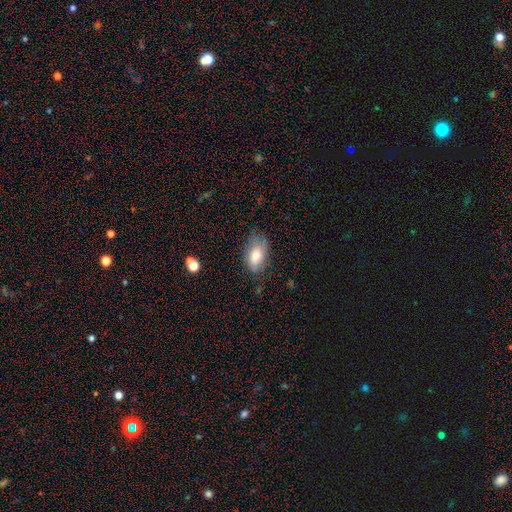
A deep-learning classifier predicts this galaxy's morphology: Smooth or featured? smooth (73%)
How rounded? in between (92%)
Merging? none (60%)